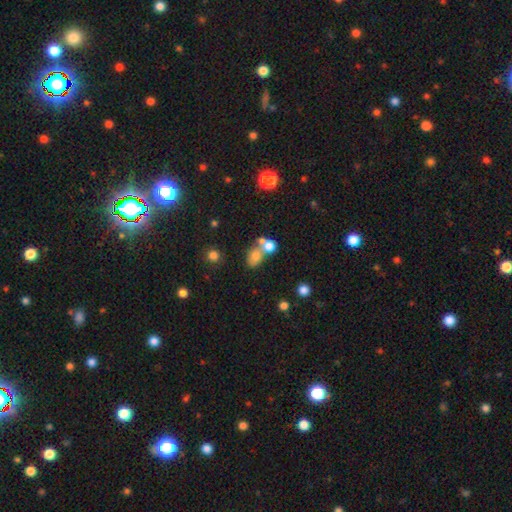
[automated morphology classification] A smooth galaxy with no disk features (69%) that is in between round and cigar-shaped (55%). Merging: merger (46%).